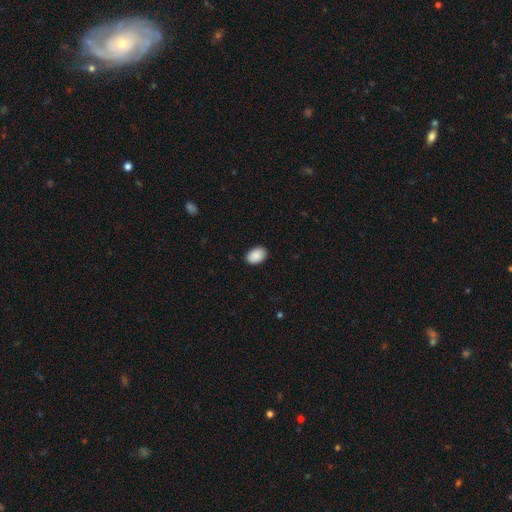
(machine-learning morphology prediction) The model was most divided on "how rounded": in between: 86%, round: 13%, cigar-shaped: 1%. More confident: smooth or featured — smooth (90%); merging — none (89%).